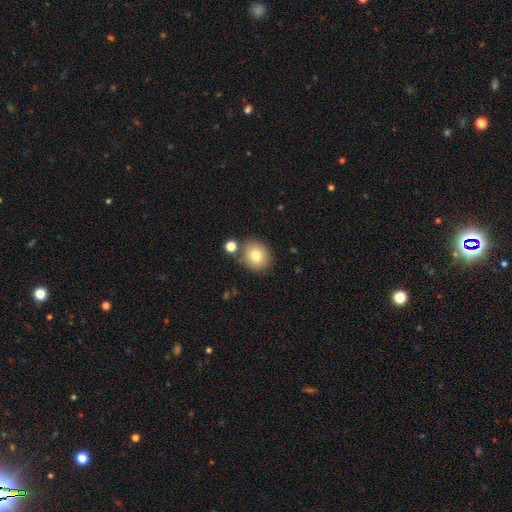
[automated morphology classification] Smooth or featured? Predicted: smooth (p=0.79). How rounded? Predicted: round (p=0.76). Merging? Predicted: none (p=0.77).